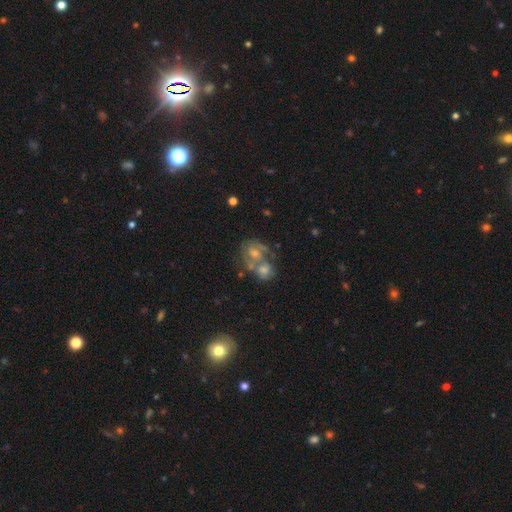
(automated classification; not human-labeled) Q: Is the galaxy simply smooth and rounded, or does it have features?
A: featured or disk — 53%.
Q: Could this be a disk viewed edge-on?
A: no — 97%.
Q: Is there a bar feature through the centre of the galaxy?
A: no — 75%.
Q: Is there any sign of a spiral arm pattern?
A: yes — 58%.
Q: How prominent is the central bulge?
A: moderate — 50%.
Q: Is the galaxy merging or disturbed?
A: merger — 51%.